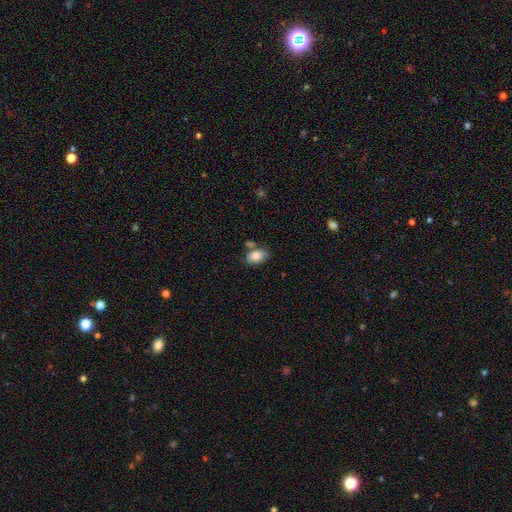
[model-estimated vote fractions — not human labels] This appears to be a smooth galaxy with no disk features (82%) that is in between round and cigar-shaped (84%). Merging: none (60%).